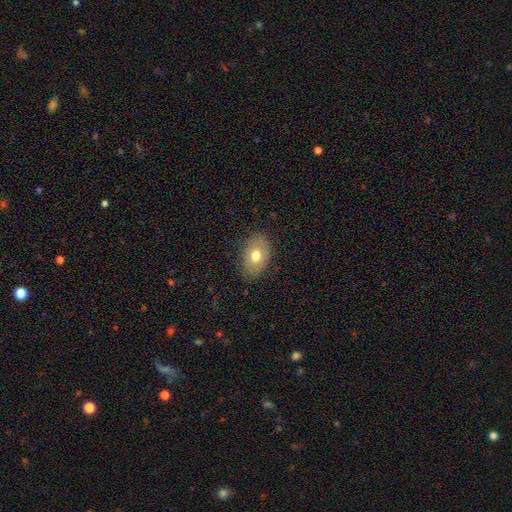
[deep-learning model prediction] A smooth galaxy with no disk features (71%) that is in between round and cigar-shaped (83%).

Vote fractions:
- Smooth or featured? smooth: 71% / featured or disk: 20% / star or artifact: 8%
- How rounded? in between: 83% / round: 16% / cigar-shaped: 1%
- Merging? none: 81% / minor disturbance: 15% / major disturbance: 3% / merger: 1%